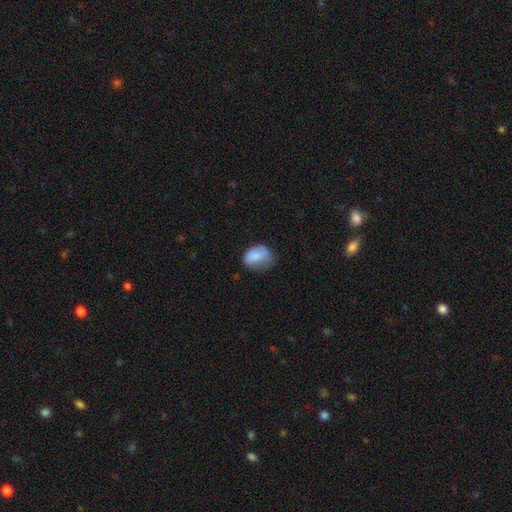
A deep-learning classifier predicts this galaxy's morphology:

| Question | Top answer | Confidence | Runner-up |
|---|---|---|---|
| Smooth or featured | smooth | 81% | featured or disk (11%) |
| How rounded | in between | 68% | round (31%) |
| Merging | none | 43% | minor disturbance (38%) |